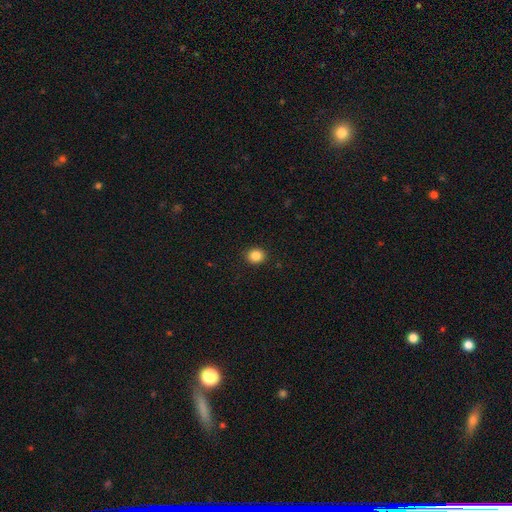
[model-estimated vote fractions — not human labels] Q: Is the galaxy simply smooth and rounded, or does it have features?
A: smooth — 86%.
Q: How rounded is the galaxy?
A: round — 74%.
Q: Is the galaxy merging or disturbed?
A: none — 91%.